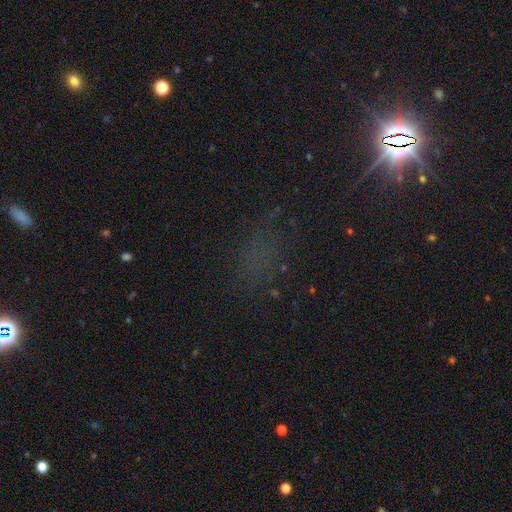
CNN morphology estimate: Q: Smooth or featured?
A: star or artifact (61%); runner-up: smooth (26%)